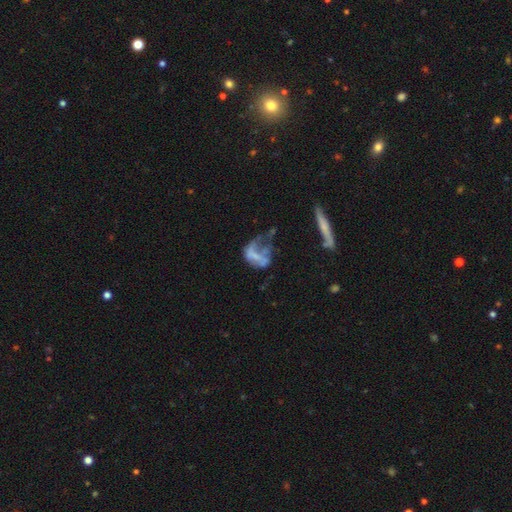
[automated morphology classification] smooth-or-featured: featured or disk: 55% | smooth: 32% | star or artifact: 13%
  disk-edge-on: no: 97% | yes: 3%
    bar: no: 75% | weak: 17% | strong: 8%
    has-spiral-arms: no: 79% | yes: 21%
    bulge-size: none: 68% | small: 18% | moderate: 10% | large: 3% | dominant: 1%
  merging: major disturbance: 52% | none: 19% | minor disturbance: 16% | merger: 13%